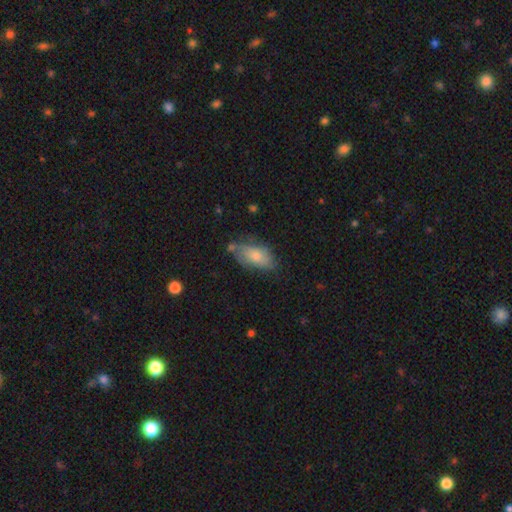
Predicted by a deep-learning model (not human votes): Smooth or featured: smooth — 67% (featured or disk — 25%)
How rounded: in between — 89% (cigar-shaped — 7%)
Merging: none — 63% (minor disturbance — 26%)